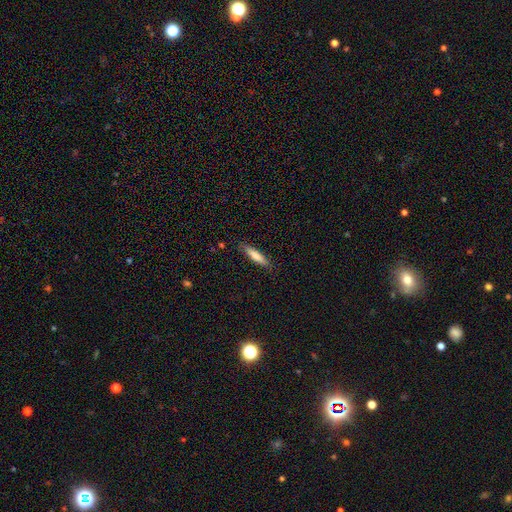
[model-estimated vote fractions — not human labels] Smooth or featured: smooth — 77% (featured or disk — 17%)
How rounded: cigar-shaped — 81% (in between — 18%)
Merging: none — 86% (minor disturbance — 11%)